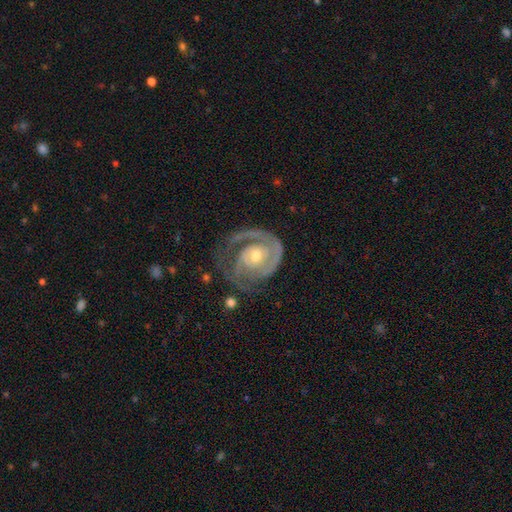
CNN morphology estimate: Smooth or featured? Predicted: featured or disk (p=0.89). Edge-on disk? Predicted: no (p=0.98). Bar? Predicted: no (p=0.71). Spiral arms? Predicted: yes (p=0.95). Spiral winding? Predicted: tight (p=0.66). Spiral arm count? Predicted: 2 (p=0.43). Bulge size? Predicted: moderate (p=0.57). Merging? Predicted: none (p=0.59).